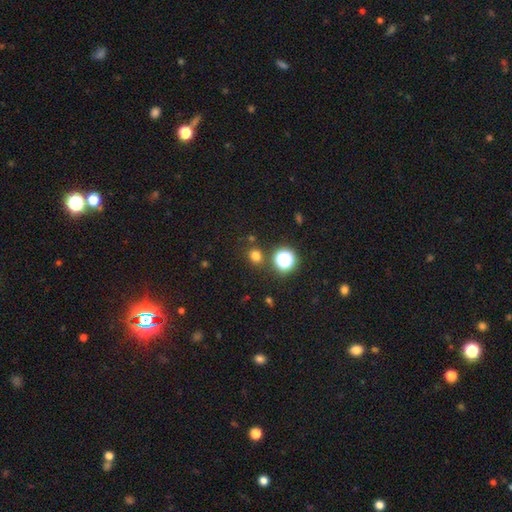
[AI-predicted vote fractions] This appears to be a smooth galaxy with no disk features (72%) that is round (79%). Merging: none (83%).